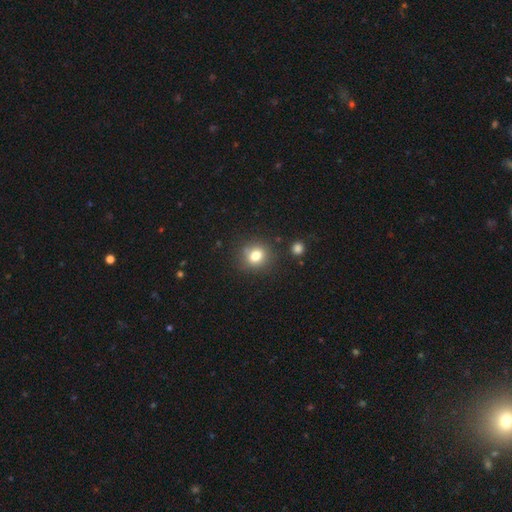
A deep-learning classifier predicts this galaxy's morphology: Smooth or featured? Predicted: smooth (p=0.79). How rounded? Predicted: round (p=0.77). Merging? Predicted: none (p=0.81).